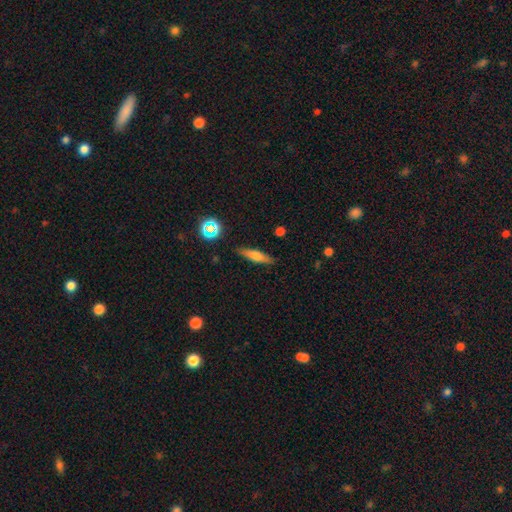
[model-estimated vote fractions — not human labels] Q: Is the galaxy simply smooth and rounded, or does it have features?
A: smooth — 63%.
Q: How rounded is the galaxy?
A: cigar-shaped — 75%.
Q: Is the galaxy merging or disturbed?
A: none — 86%.